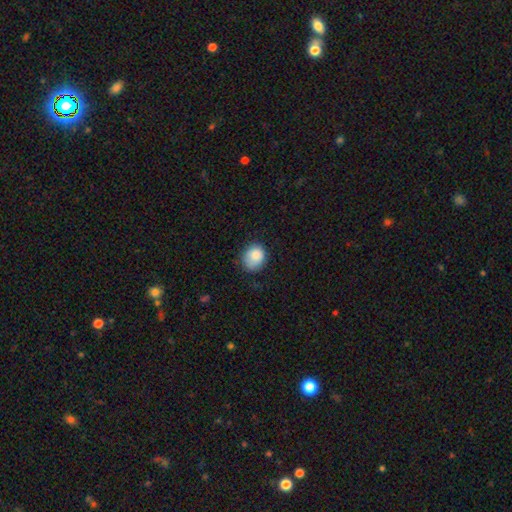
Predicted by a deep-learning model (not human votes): A smooth galaxy with no disk features (85%) that is round (63%).

Vote fractions:
- Smooth or featured? smooth: 85% / star or artifact: 8% / featured or disk: 7%
- How rounded? round: 63% / in between: 36% / cigar-shaped: 1%
- Merging? none: 68% / minor disturbance: 25% / major disturbance: 5% / merger: 1%